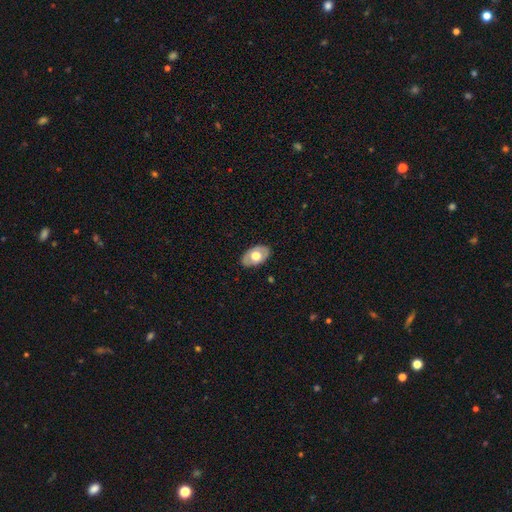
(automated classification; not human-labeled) The model was most divided on "smooth or featured": smooth: 55%, featured or disk: 39%, star or artifact: 6%. More confident: how rounded — in between (89%); merging — none (84%).